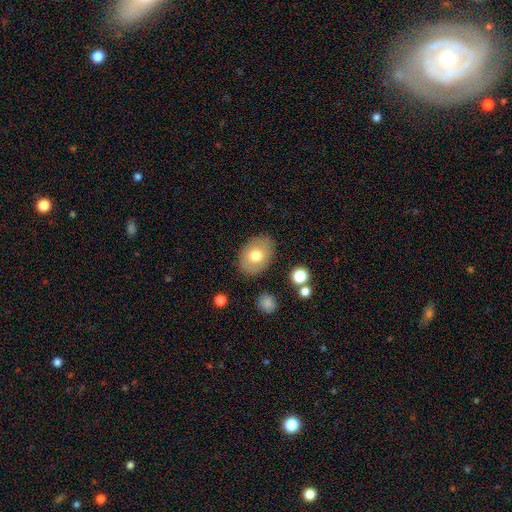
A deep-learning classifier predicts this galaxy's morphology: Smooth or featured?
  - smooth: 70% *
  - featured or disk: 23%
  - star or artifact: 7%
How rounded?
  - in between: 76% *
  - round: 23%
  - cigar-shaped: 1%
Merging?
  - none: 83% *
  - minor disturbance: 11%
  - major disturbance: 3%
  - merger: 2%